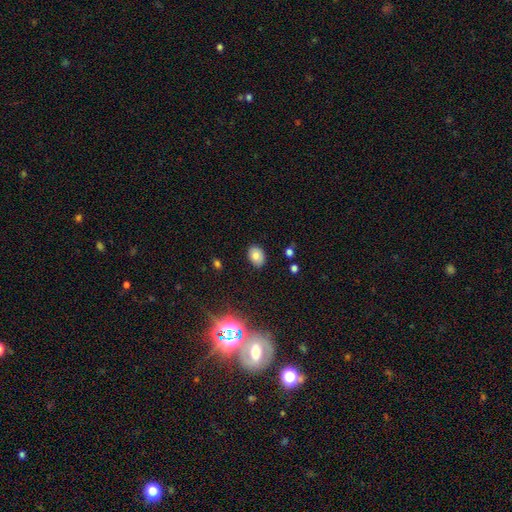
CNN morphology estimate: Overall: smooth (75%). How rounded: in between (75%). Merging: none (85%).